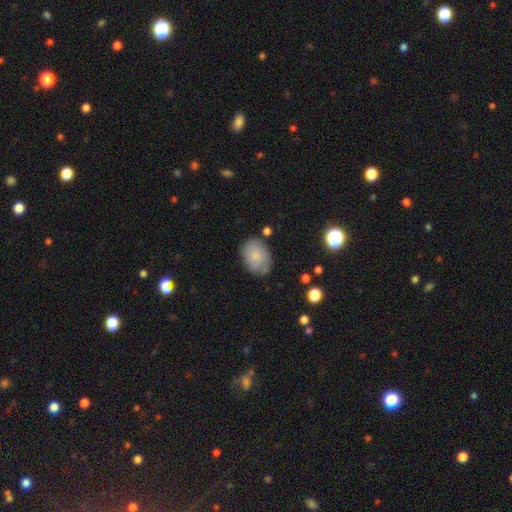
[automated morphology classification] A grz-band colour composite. It shows a smooth galaxy with no disk features (76%) that is in between round and cigar-shaped (75%). Merging: none (71%).